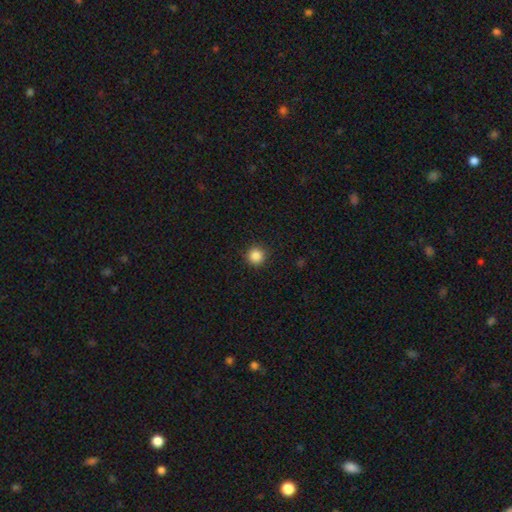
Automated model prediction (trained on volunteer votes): Smooth or featured: smooth — 86% (star or artifact — 11%)
How rounded: round — 96% (in between — 3%)
Merging: none — 92% (minor disturbance — 5%)